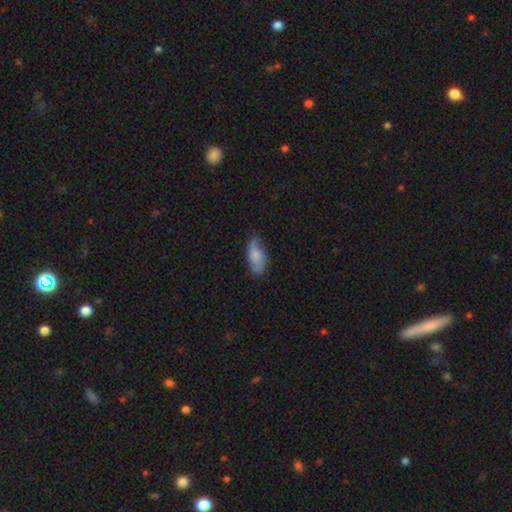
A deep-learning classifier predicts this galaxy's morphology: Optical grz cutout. It shows a smooth galaxy with no disk features (67%) that is in between round and cigar-shaped (86%). Merging: none (74%).